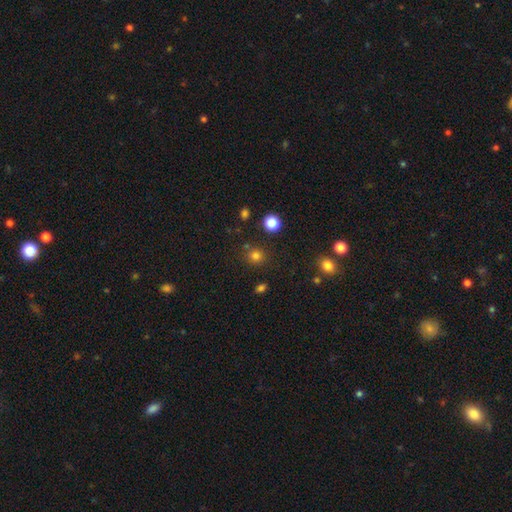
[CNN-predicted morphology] A smooth galaxy with no disk features (78%) that is round (86%).

Vote fractions:
- Smooth or featured? smooth: 78% / star or artifact: 17% / featured or disk: 6%
- How rounded? round: 86% / in between: 13% / cigar-shaped: 1%
- Merging? none: 82% / minor disturbance: 8% / merger: 6% / major disturbance: 3%